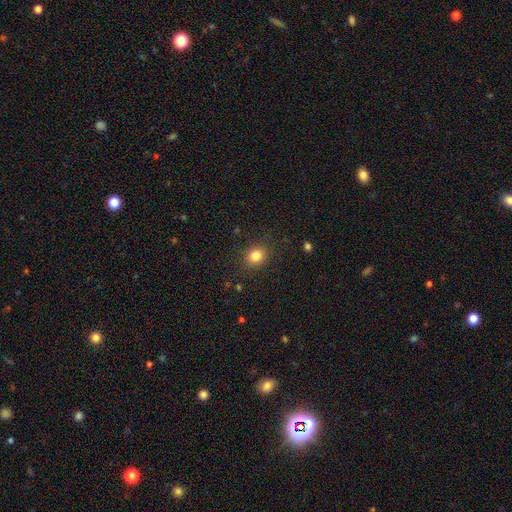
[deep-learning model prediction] Smooth or featured?
  - smooth: 83% *
  - star or artifact: 12%
  - featured or disk: 5%
How rounded?
  - round: 70% *
  - in between: 29%
  - cigar-shaped: 1%
Merging?
  - none: 87% *
  - minor disturbance: 9%
  - major disturbance: 3%
  - merger: 1%